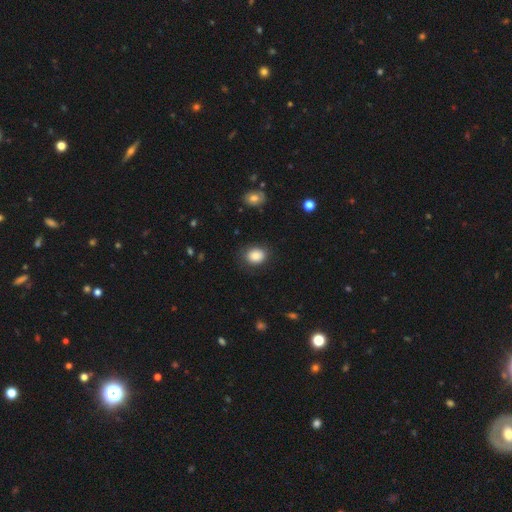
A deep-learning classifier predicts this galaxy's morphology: A smooth galaxy with no disk features (87%) that is round (54%). Merging: none (79%).